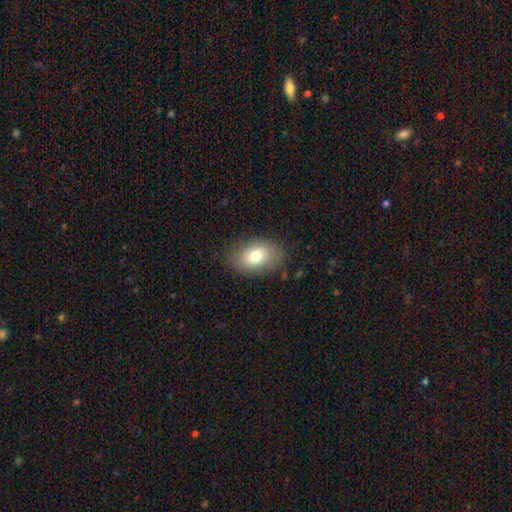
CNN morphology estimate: This appears to be a smooth galaxy with no disk features (75%) that is in between round and cigar-shaped (84%). Merging: none (82%).